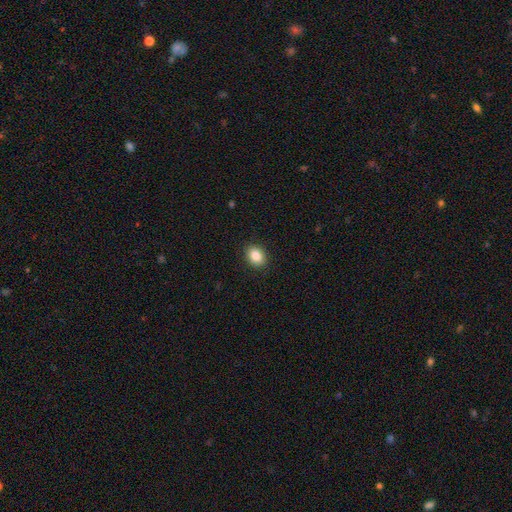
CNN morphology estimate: The model was most divided on "how rounded": in between: 58%, round: 41%, cigar-shaped: 1%. More confident: merging — none (90%); smooth or featured — smooth (86%).